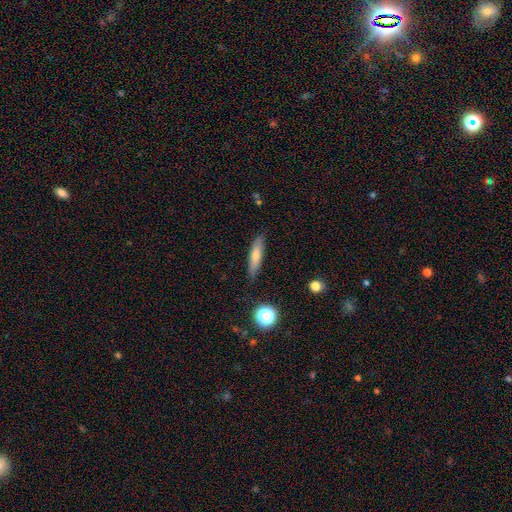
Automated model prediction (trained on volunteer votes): The model was most divided on "smooth or featured": smooth: 72%, featured or disk: 20%, star or artifact: 8%. More confident: merging — none (85%); how rounded — cigar-shaped (79%).